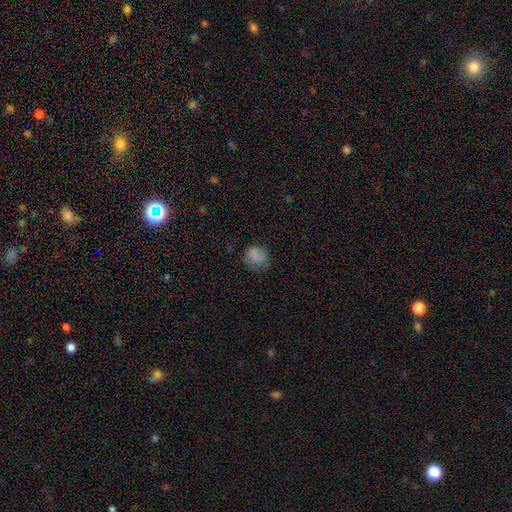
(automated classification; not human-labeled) smooth-or-featured: smooth: 79% | star or artifact: 11% | featured or disk: 10%
  how-rounded: round: 67% | in between: 32% | cigar-shaped: 1%
  merging: none: 56% | minor disturbance: 29% | major disturbance: 13% | merger: 2%